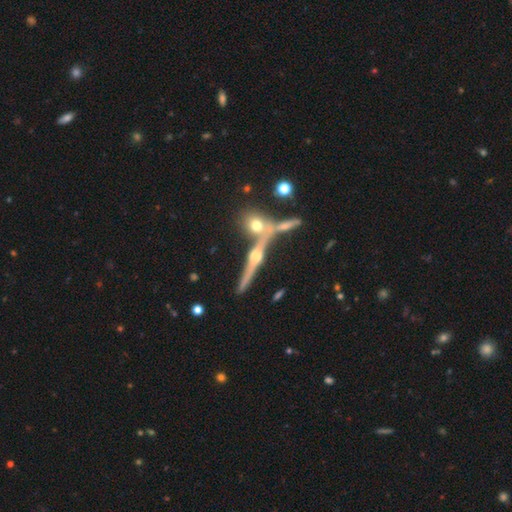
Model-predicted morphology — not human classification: This is likely a featured or disk galaxy (74%). It is clearly viewed edge-on (92%). Edge-on bulge: clearly rounded (88%). Merging: likely none (60%).